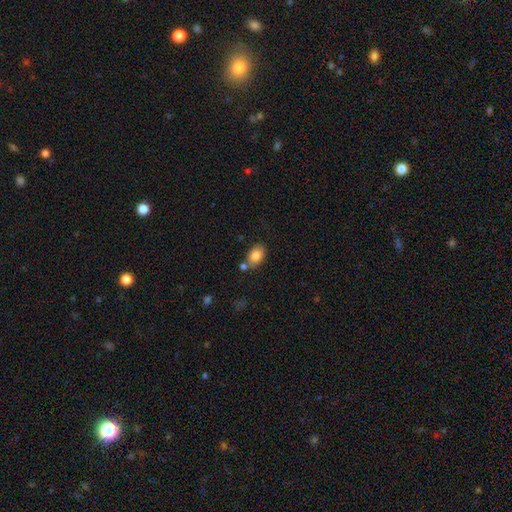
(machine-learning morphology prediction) Q: Smooth or featured?
A: smooth (82%); runner-up: featured or disk (10%)
Q: How rounded?
A: in between (85%); runner-up: round (14%)
Q: Merging?
A: none (71%); runner-up: minor disturbance (14%)